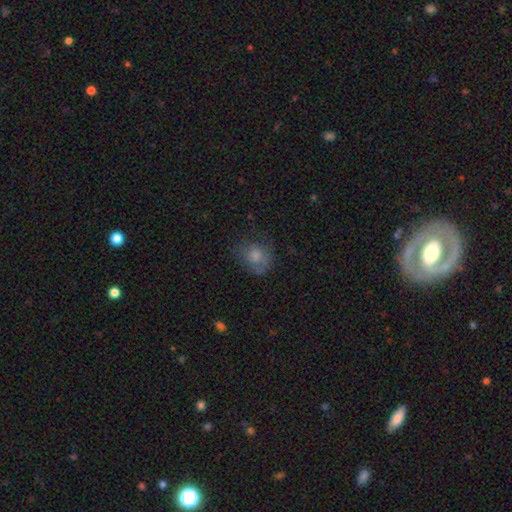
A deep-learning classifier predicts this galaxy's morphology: Smooth or featured: smooth — 65% (featured or disk — 20%)
How rounded: round — 68% (in between — 31%)
Merging: none — 60% (minor disturbance — 25%)